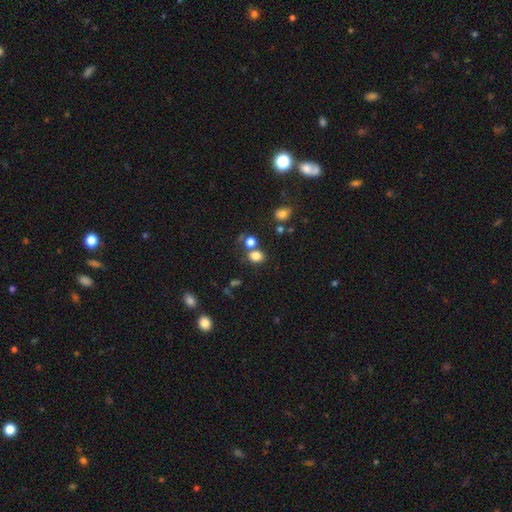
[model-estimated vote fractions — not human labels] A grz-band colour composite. It shows a smooth galaxy with no disk features (79%) that is round (54%). Merging: none (62%).